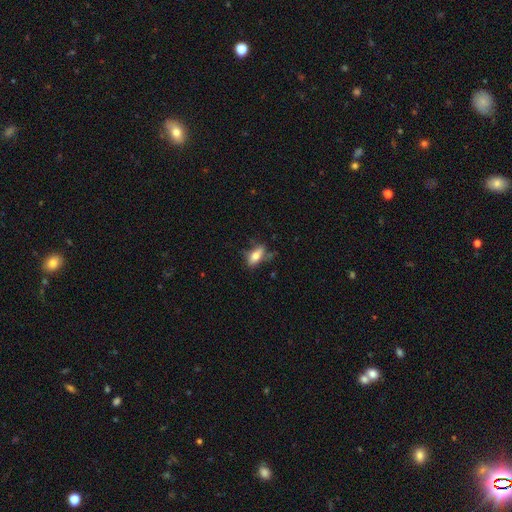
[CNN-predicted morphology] The model was most divided on "merging": none: 57%, minor disturbance: 27%, major disturbance: 12%, merger: 4%. More confident: how rounded — in between (79%); smooth or featured — smooth (70%).